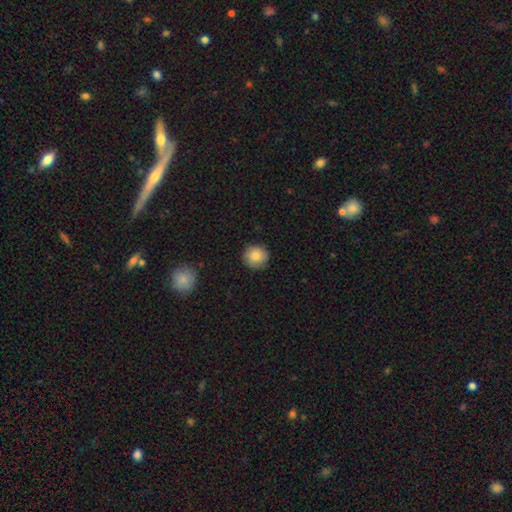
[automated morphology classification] smooth_or_featured: smooth (p=0.85) [alt: featured or disk p=0.08]
how_rounded: round (p=0.91) [alt: in between p=0.08]
merging: none (p=0.88) [alt: minor disturbance p=0.09]